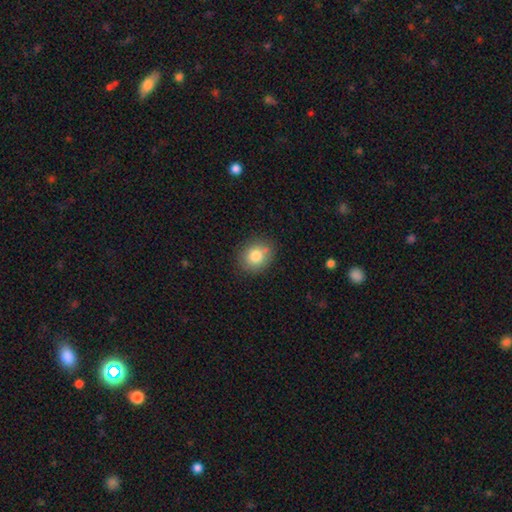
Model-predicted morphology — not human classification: Smooth or featured? smooth (80%)
How rounded? round (67%)
Merging? none (79%)